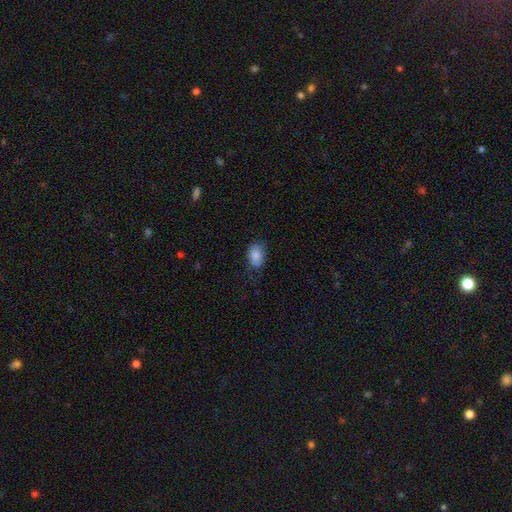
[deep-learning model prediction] Smooth or featured?
  - smooth: 82% *
  - featured or disk: 11%
  - star or artifact: 7%
How rounded?
  - in between: 87% *
  - round: 11%
  - cigar-shaped: 1%
Merging?
  - none: 63% *
  - minor disturbance: 26%
  - major disturbance: 9%
  - merger: 1%